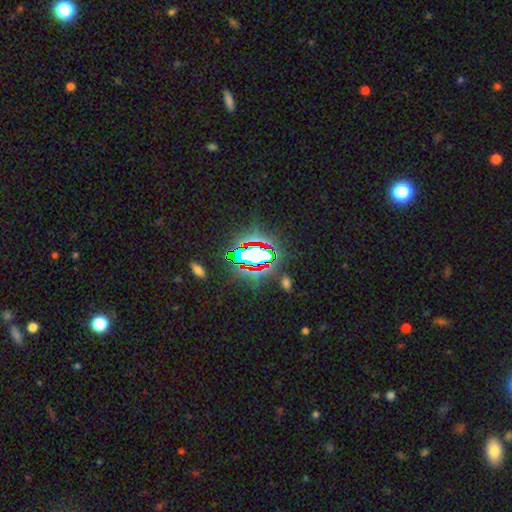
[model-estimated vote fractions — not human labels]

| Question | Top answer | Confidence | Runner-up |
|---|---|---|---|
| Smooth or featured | star or artifact | 68% | smooth (19%) |